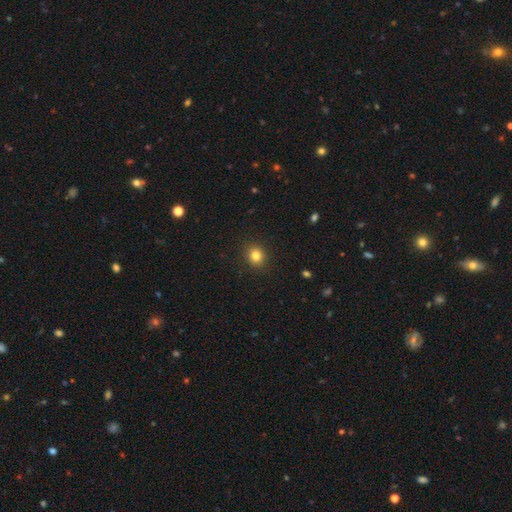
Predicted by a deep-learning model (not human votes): A smooth galaxy with no disk features (82%) that is round (80%). Merging: none (91%).